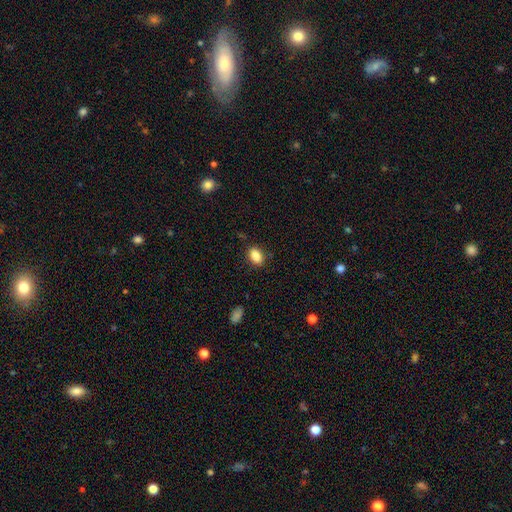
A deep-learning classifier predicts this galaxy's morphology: A smooth galaxy with no disk features (86%) that is in between round and cigar-shaped (86%). Merging: none (84%).